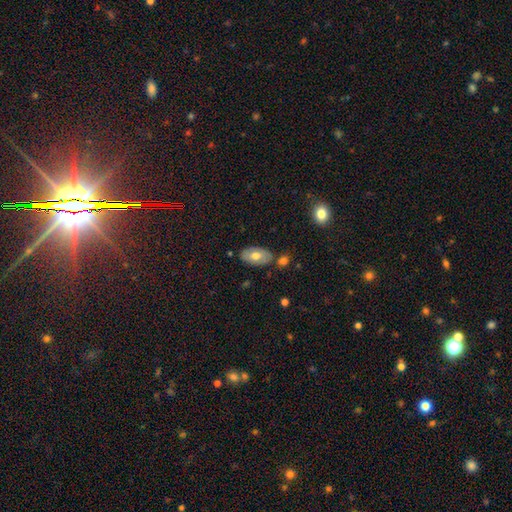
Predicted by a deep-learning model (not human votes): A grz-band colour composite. It shows a smooth galaxy with no disk features (63%) that is in between round and cigar-shaped (93%). Merging: none (75%).